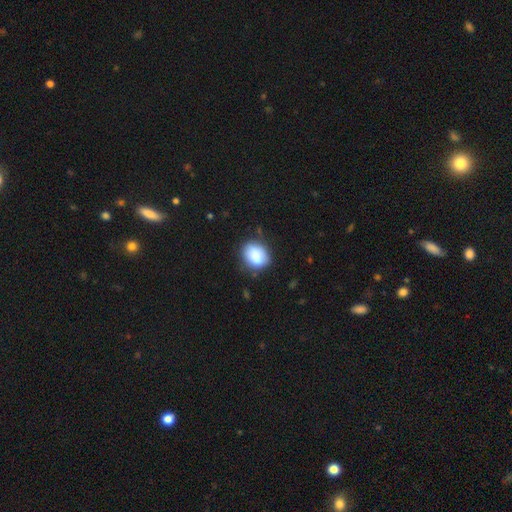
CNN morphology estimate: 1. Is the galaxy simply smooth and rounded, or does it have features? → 87% smooth, 7% star or artifact, 6% featured or disk.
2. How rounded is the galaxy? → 51% in between, 48% round, 1% cigar-shaped.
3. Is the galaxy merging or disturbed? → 77% none, 16% minor disturbance, 4% major disturbance, 2% merger.